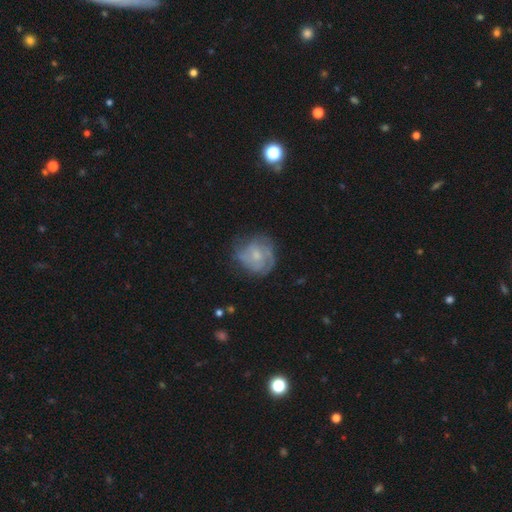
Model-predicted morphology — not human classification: Smooth or featured: featured or disk — 60% (smooth — 33%)
Edge-on disk: no — 98% (yes — 2%)
Bar: no — 70% (weak — 26%)
Spiral arms: yes — 74% (no — 26%)
Bulge size: small — 53% (moderate — 34%)
Merging: none — 58% (minor disturbance — 25%)